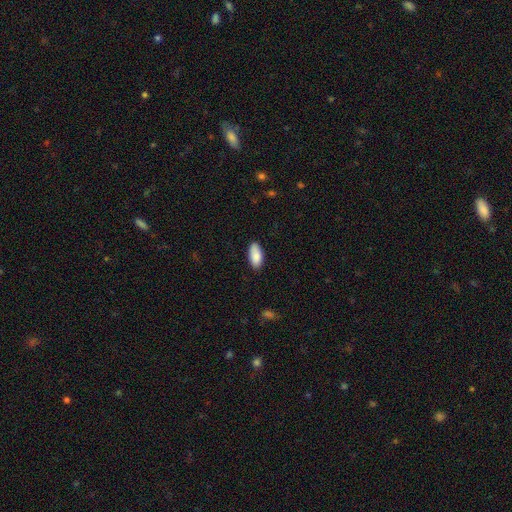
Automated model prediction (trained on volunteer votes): smooth 88%, star or artifact 6%, featured or disk 6%. Down the decision tree: how rounded — in between (91%); merging — none (85%).